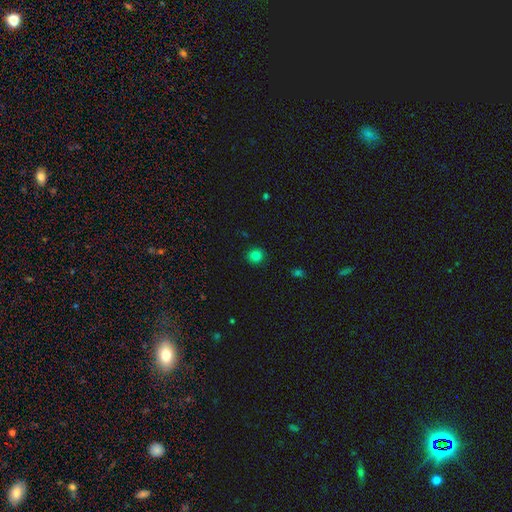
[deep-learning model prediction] A smooth galaxy with no disk features (81%) that is round (90%). Merging: none (90%).